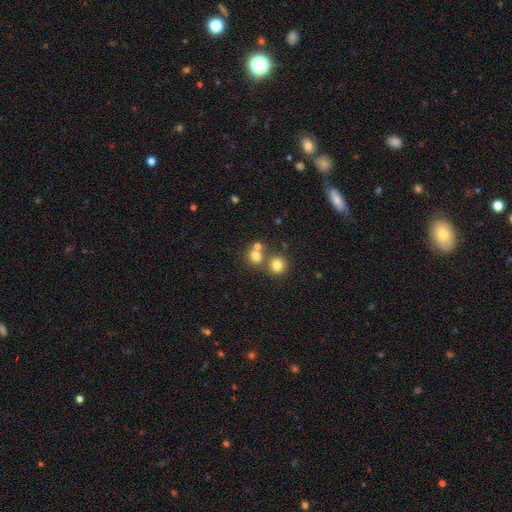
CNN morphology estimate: This appears to be a smooth galaxy with no disk features (74%) that is round (80%). Merging: none (54%).